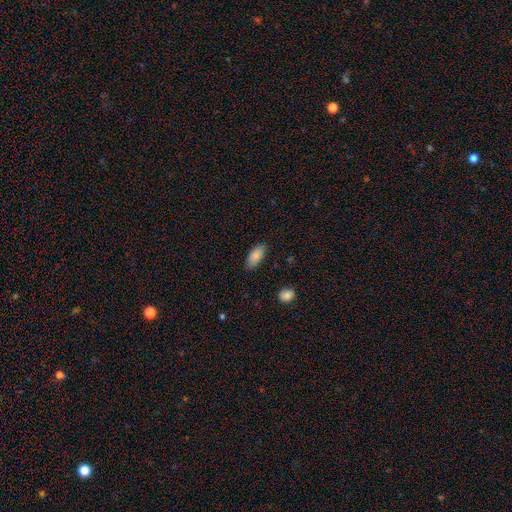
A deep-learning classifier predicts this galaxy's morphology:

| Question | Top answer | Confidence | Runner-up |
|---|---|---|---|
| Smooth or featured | smooth | 87% | featured or disk (7%) |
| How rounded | in between | 88% | cigar-shaped (10%) |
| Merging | none | 85% | minor disturbance (11%) |